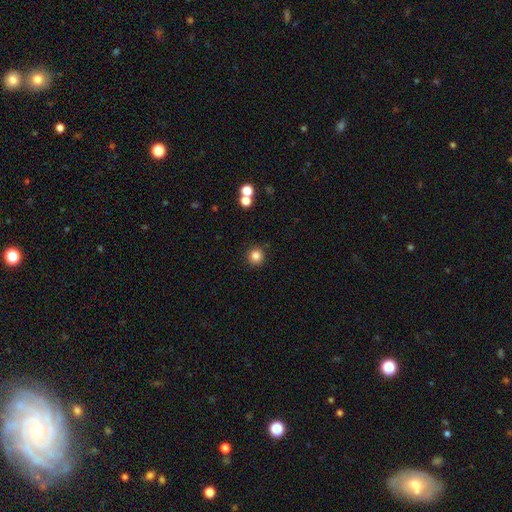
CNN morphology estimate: Smooth or featured? Predicted: smooth (p=0.84). How rounded? Predicted: round (p=0.94). Merging? Predicted: none (p=0.89).